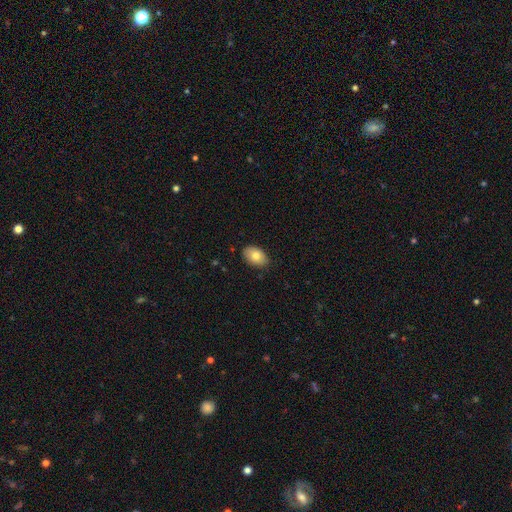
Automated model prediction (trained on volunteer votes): Overall: smooth (79%). How rounded: in between (88%). Merging: none (85%).